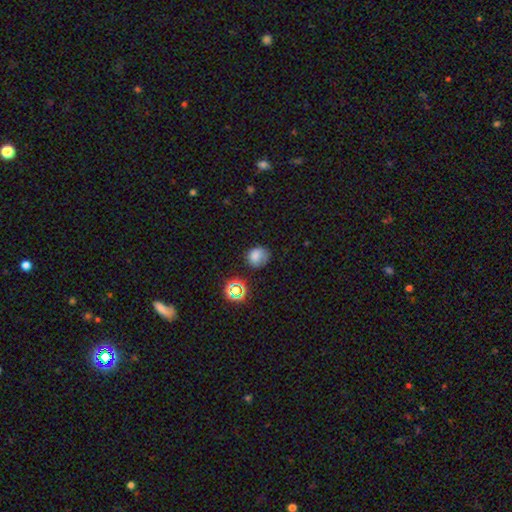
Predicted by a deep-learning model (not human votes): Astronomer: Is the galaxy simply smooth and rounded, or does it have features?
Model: smooth — 76%.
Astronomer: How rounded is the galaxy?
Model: round — 71%.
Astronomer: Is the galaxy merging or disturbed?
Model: none — 64%.